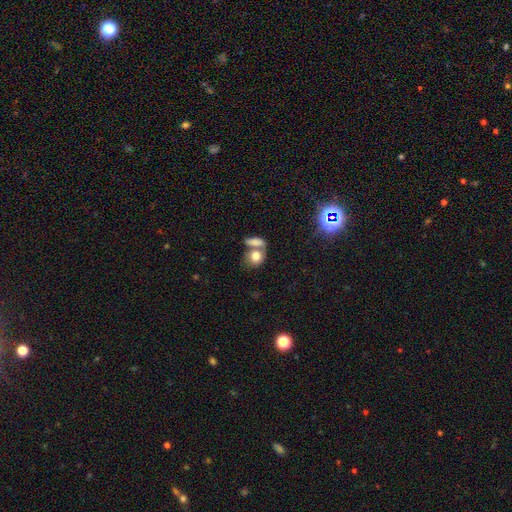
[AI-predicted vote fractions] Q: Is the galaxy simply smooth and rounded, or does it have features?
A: smooth — 78%.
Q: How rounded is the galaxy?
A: round — 49%.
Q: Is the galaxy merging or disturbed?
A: merger — 48%.